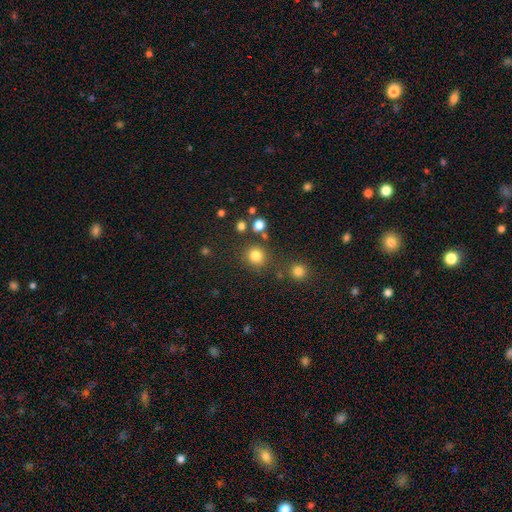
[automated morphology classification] Smooth or featured?
  - smooth: 82% *
  - star or artifact: 14%
  - featured or disk: 5%
How rounded?
  - round: 90% *
  - in between: 9%
  - cigar-shaped: 1%
Merging?
  - none: 83% *
  - minor disturbance: 8%
  - merger: 6%
  - major disturbance: 3%